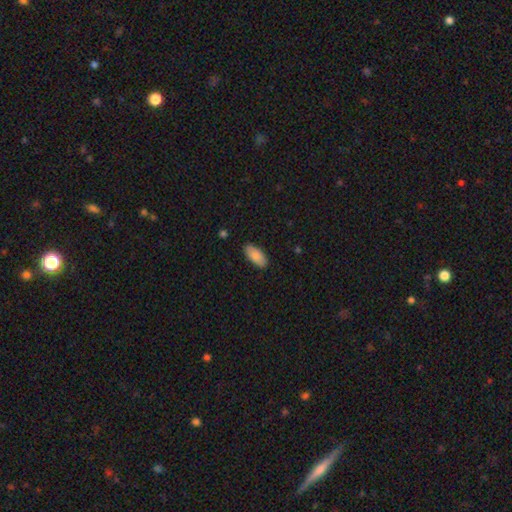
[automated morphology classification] Smooth or featured? smooth (86%)
How rounded? in between (91%)
Merging? none (86%)